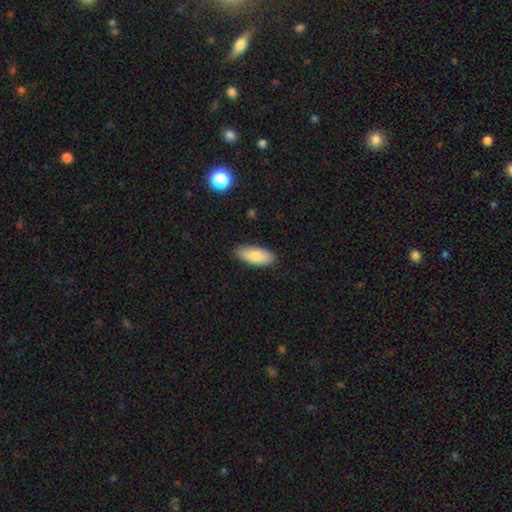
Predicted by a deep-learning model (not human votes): This is clearly a smooth galaxy (84%). How rounded: clearly in between (86%). Merging: clearly none (86%).